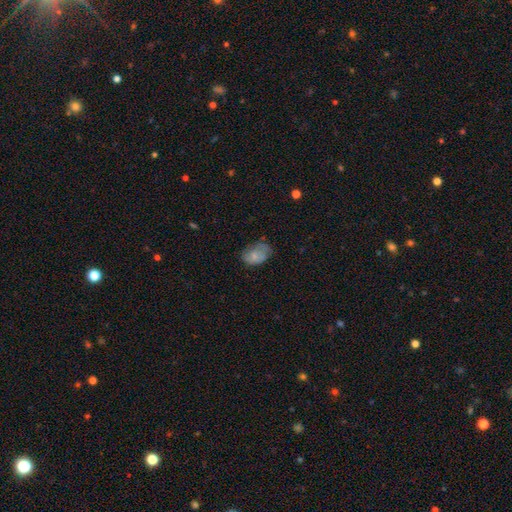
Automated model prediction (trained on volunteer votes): Morphology: type=smooth (72%); roundness=in between (86%); merging=none (49%).